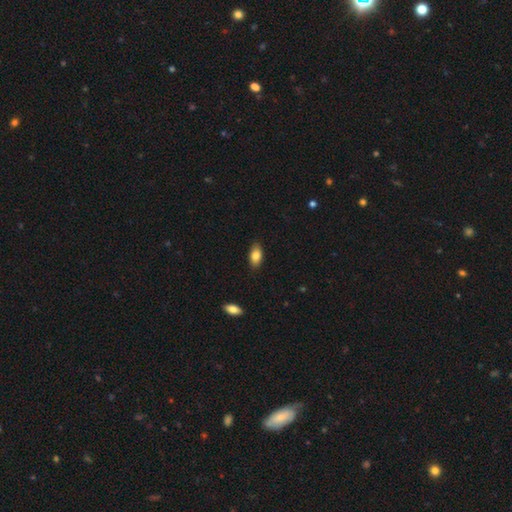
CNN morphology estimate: Q: Smooth or featured?
A: smooth (84%); runner-up: featured or disk (9%)
Q: How rounded?
A: in between (91%); runner-up: cigar-shaped (5%)
Q: Merging?
A: none (85%); runner-up: minor disturbance (12%)